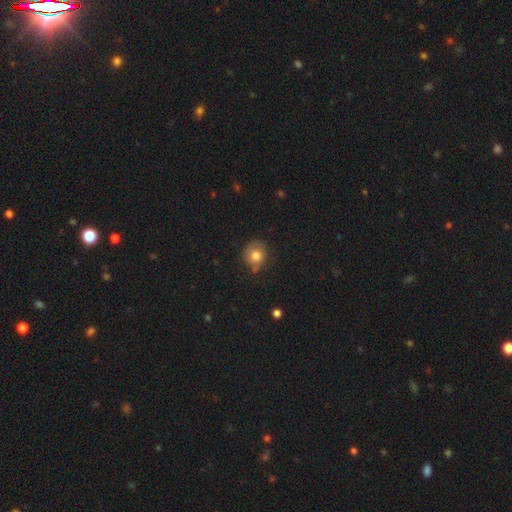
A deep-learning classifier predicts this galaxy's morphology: Q: Smooth or featured?
A: smooth (77%); runner-up: featured or disk (14%)
Q: How rounded?
A: round (82%); runner-up: in between (17%)
Q: Merging?
A: none (65%); runner-up: minor disturbance (24%)